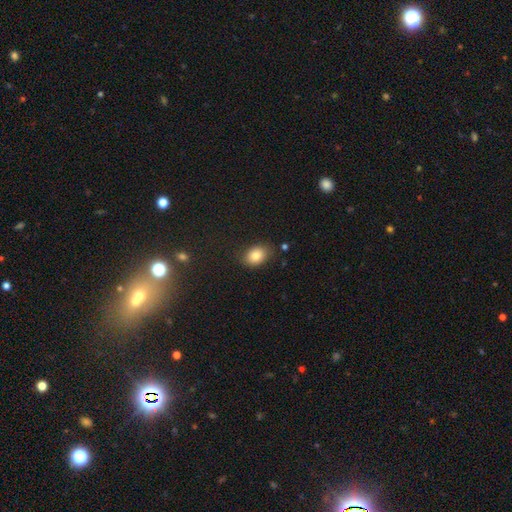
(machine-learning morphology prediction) Overall: smooth (82%). How rounded: in between (68%; round 31%). Merging: none (81%).